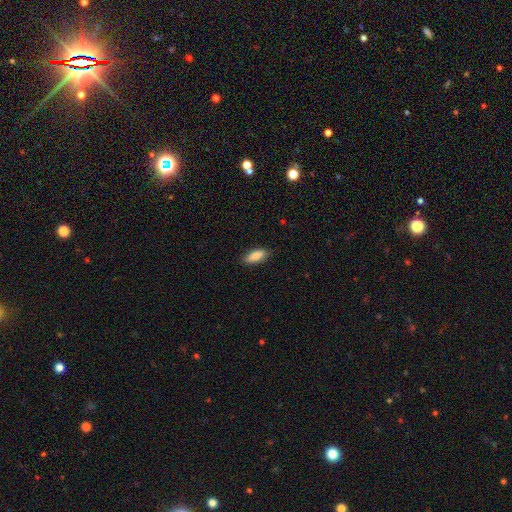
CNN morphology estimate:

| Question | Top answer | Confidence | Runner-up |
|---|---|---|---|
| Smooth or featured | smooth | 82% | featured or disk (12%) |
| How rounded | in between | 76% | cigar-shaped (22%) |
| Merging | none | 87% | minor disturbance (10%) |